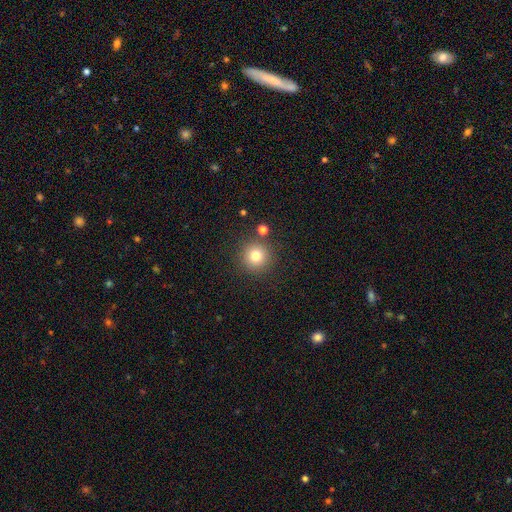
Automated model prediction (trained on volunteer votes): smooth 79%, star or artifact 13%, featured or disk 7%. Down the decision tree: how rounded — round (95%); merging — none (85%).